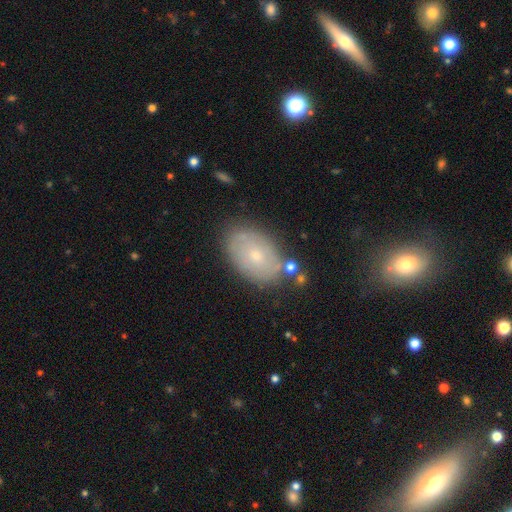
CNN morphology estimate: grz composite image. It shows a smooth galaxy with no disk features (49%). Merging: none (76%).